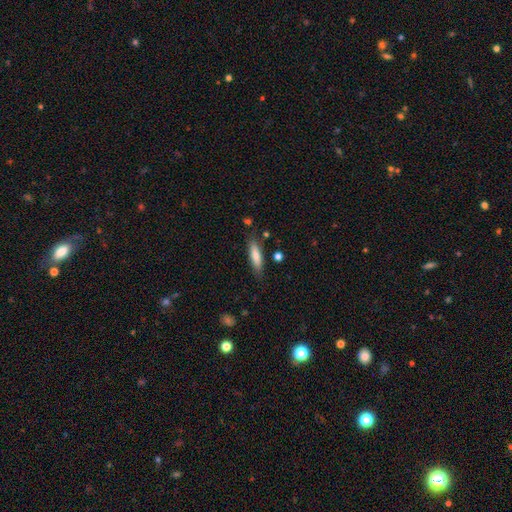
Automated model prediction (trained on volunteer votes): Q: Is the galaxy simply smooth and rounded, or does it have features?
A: smooth — 78%.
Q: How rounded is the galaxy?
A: cigar-shaped — 67%.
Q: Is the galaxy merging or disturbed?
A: none — 80%.